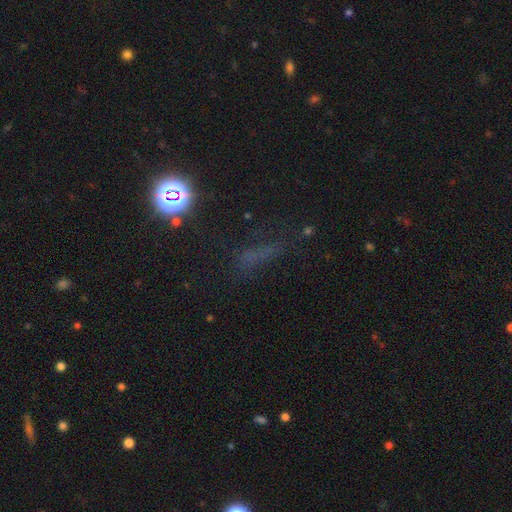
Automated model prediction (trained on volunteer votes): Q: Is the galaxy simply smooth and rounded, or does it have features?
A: star or artifact — 46%.